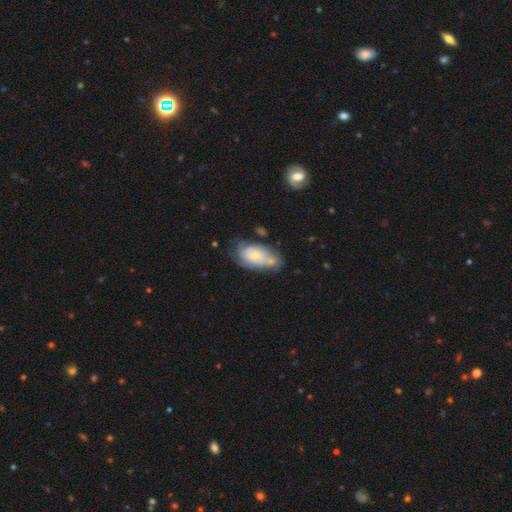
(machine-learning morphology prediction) This is possibly a featured or disk galaxy (58%). It is clearly not viewed edge-on (93%). Bar: likely no (80%). Spiral arm pattern: likely yes (73%). Central bulge: likely small (63%). Merging: marginally none (45%).